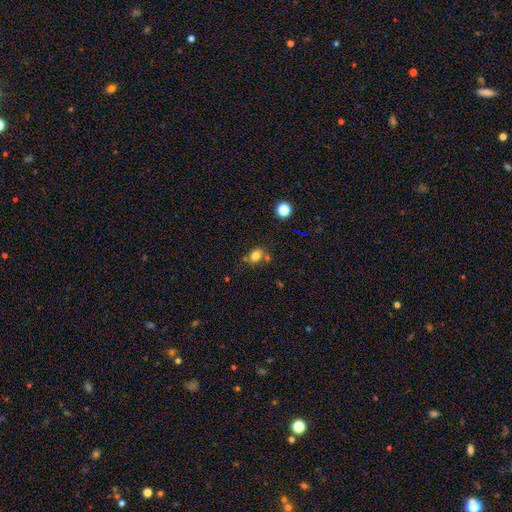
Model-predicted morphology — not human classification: type=smooth (78%); roundness=in between (53%); merging=none (65%).